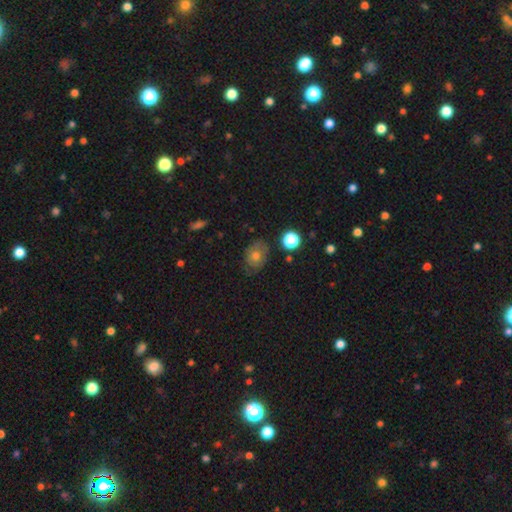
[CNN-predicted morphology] type=smooth (62%); roundness=in between (60%); merging=none (76%).